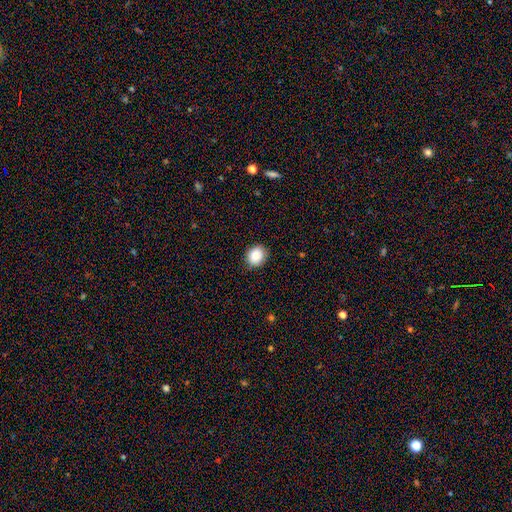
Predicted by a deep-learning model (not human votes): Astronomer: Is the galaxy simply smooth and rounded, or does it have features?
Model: smooth — 84%.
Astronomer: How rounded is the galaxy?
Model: round — 69%.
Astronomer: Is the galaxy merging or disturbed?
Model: none — 86%.